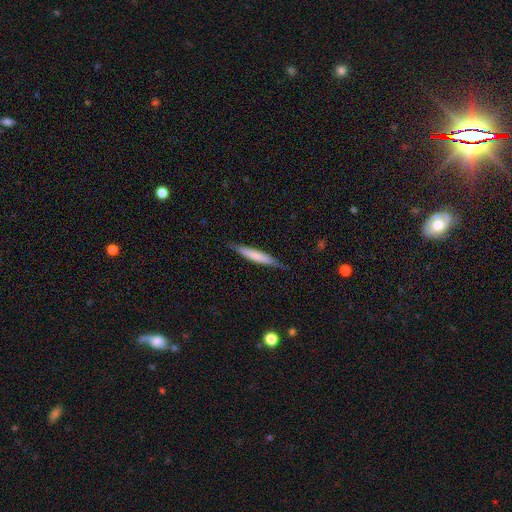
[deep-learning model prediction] Q: Smooth or featured?
A: smooth (68%); runner-up: featured or disk (27%)
Q: How rounded?
A: cigar-shaped (92%); runner-up: in between (7%)
Q: Merging?
A: none (83%); runner-up: minor disturbance (14%)